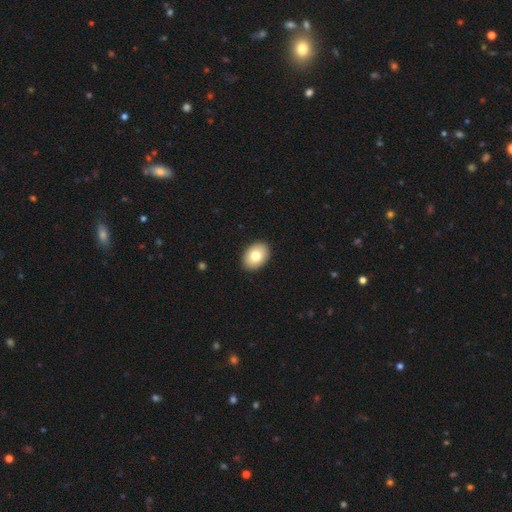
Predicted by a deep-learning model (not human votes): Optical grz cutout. It shows a smooth galaxy with no disk features (78%) that is in between round and cigar-shaped (79%). Merging: none (91%).